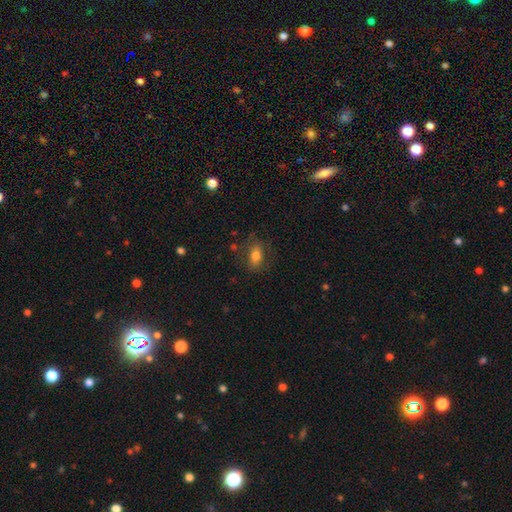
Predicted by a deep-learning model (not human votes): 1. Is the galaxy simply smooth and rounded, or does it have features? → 75% smooth, 16% featured or disk, 9% star or artifact.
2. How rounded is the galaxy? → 83% in between, 11% round, 6% cigar-shaped.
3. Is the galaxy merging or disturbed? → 74% none, 17% minor disturbance, 7% major disturbance, 2% merger.